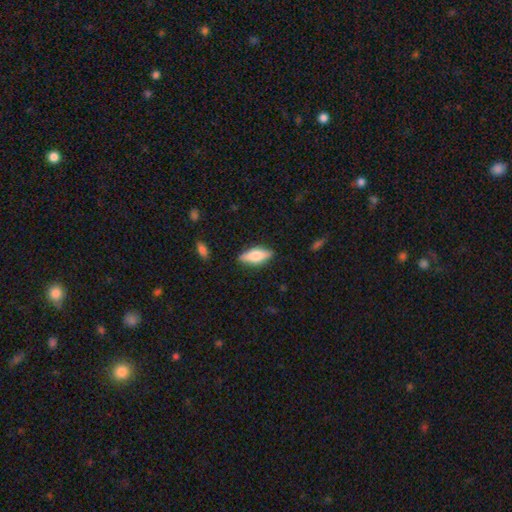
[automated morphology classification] Overall: smooth (57%; featured or disk 36%). How rounded: in between (67%; cigar-shaped 30%). Merging: none (86%).